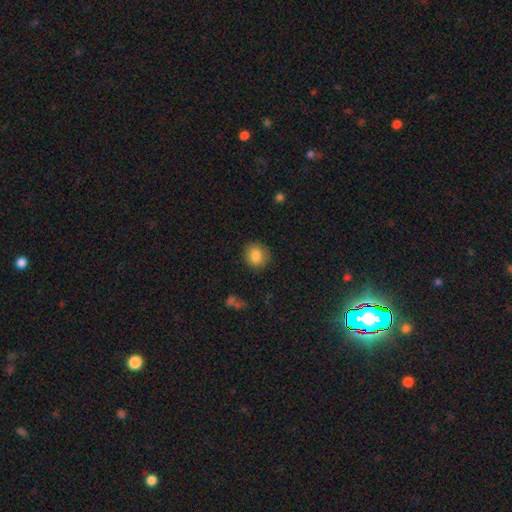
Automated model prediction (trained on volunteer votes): The model was most divided on "how rounded": round: 83%, in between: 16%, cigar-shaped: 1%. More confident: merging — none (86%); smooth or featured — smooth (85%).